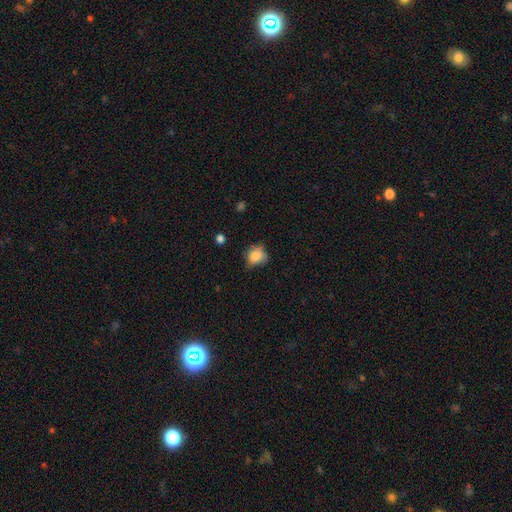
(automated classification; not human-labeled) Overall: smooth (80%). How rounded: round (53%; in between 46%). Merging: none (48%; minor disturbance 36%).